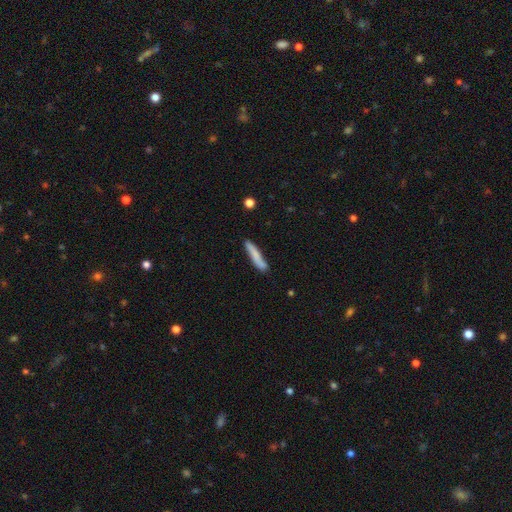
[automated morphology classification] This appears to be a smooth galaxy with no disk features (74%) that is cigar-shaped (91%). Merging: none (77%).